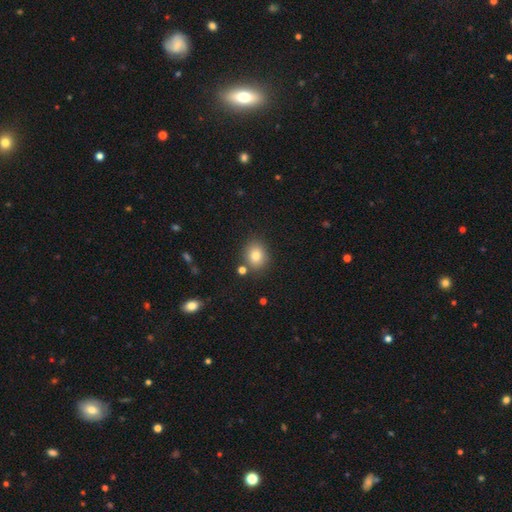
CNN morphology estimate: Smooth or featured?
  - smooth: 80% *
  - star or artifact: 11%
  - featured or disk: 8%
How rounded?
  - round: 66% *
  - in between: 33%
  - cigar-shaped: 1%
Merging?
  - none: 81% *
  - minor disturbance: 10%
  - merger: 7%
  - major disturbance: 3%